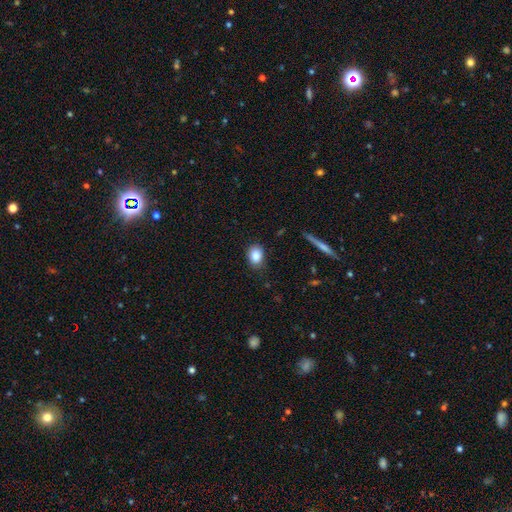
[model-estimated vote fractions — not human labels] This appears to be a smooth galaxy with no disk features (85%) that is in between round and cigar-shaped (68%). Merging: none (84%).